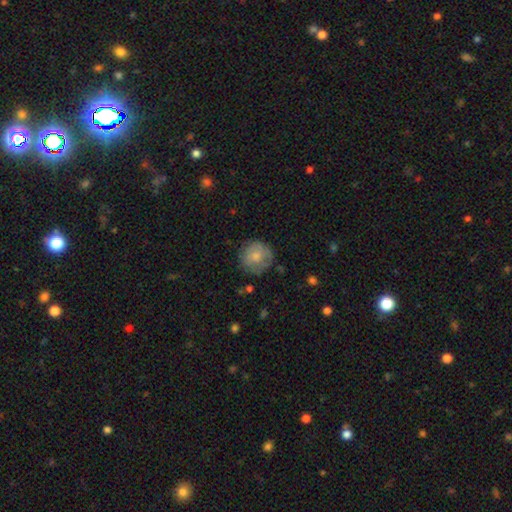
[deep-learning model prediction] smooth-or-featured: smooth: 71% | featured or disk: 21% | star or artifact: 7%
  how-rounded: round: 92% | in between: 7% | cigar-shaped: 1%
  merging: none: 73% | minor disturbance: 19% | major disturbance: 6% | merger: 2%